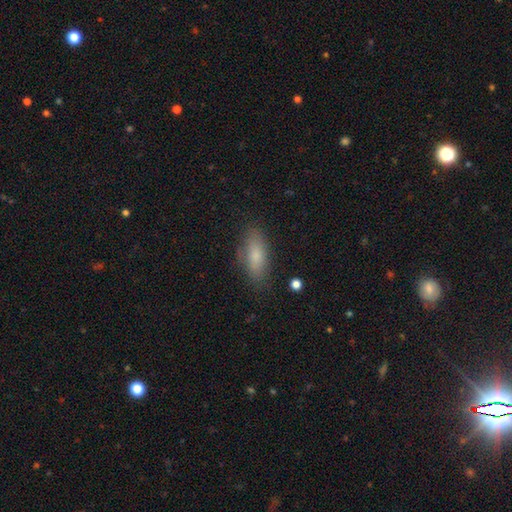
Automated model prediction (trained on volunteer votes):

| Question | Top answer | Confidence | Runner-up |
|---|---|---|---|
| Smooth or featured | smooth | 78% | featured or disk (15%) |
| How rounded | in between | 75% | cigar-shaped (23%) |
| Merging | none | 77% | minor disturbance (17%) |